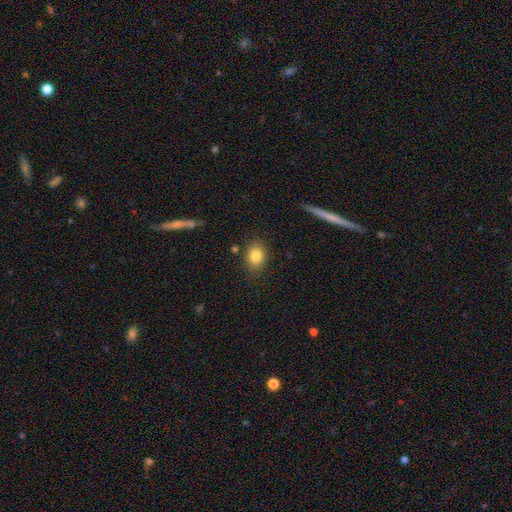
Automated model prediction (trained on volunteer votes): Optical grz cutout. It shows a smooth galaxy with no disk features (84%) that is in between round and cigar-shaped (63%). Merging: none (82%).